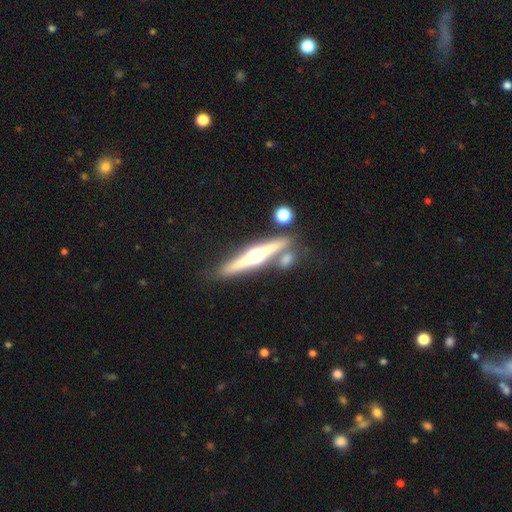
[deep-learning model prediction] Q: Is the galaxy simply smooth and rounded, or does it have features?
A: featured or disk — 74%.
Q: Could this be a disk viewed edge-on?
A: yes — 96%.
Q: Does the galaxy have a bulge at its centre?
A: rounded — 95%.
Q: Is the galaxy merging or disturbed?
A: none — 72%.